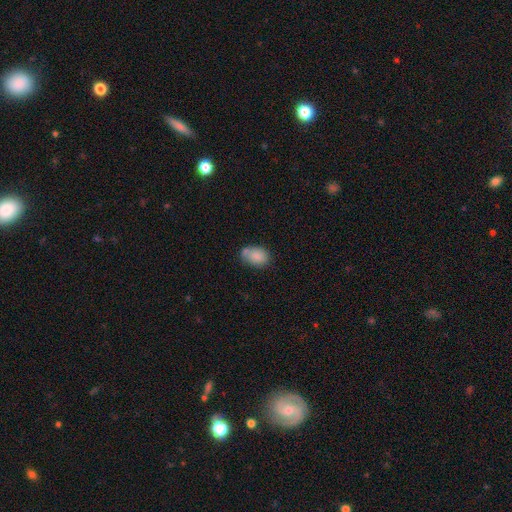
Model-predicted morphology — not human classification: Smooth or featured?
  - smooth: 83% *
  - star or artifact: 9%
  - featured or disk: 8%
How rounded?
  - in between: 79% *
  - round: 20%
  - cigar-shaped: 1%
Merging?
  - none: 52% *
  - minor disturbance: 22%
  - merger: 19%
  - major disturbance: 7%